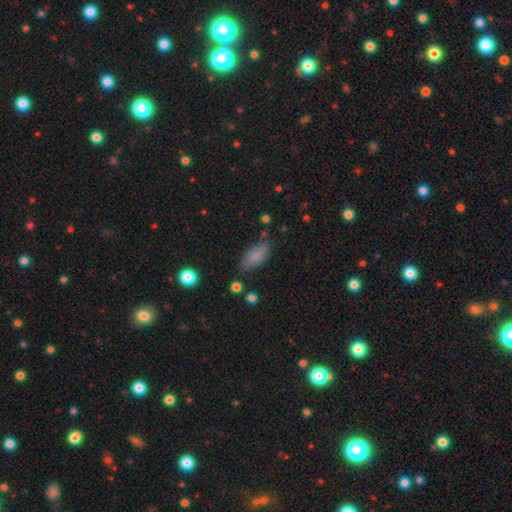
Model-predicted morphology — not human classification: Smooth or featured?
  - smooth: 83% *
  - featured or disk: 9%
  - star or artifact: 8%
How rounded?
  - in between: 81% *
  - cigar-shaped: 16%
  - round: 2%
Merging?
  - none: 78% *
  - minor disturbance: 16%
  - major disturbance: 4%
  - merger: 3%